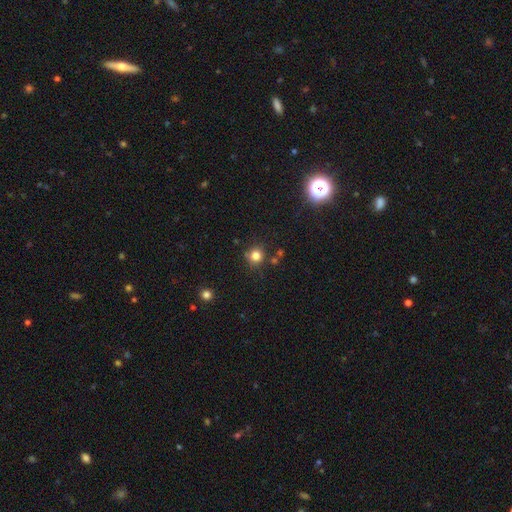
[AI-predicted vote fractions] This is clearly a smooth galaxy (80%). How rounded: clearly round (91%). Merging: likely none (79%).